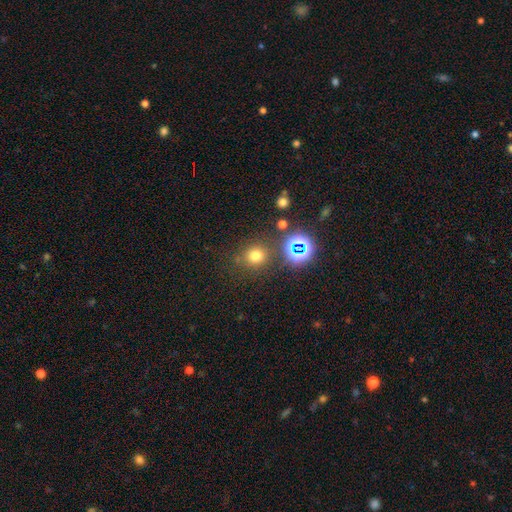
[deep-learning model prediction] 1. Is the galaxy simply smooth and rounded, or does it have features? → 69% smooth, 24% star or artifact, 7% featured or disk.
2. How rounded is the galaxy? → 86% round, 13% in between, 1% cigar-shaped.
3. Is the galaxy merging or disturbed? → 80% none, 10% minor disturbance, 6% merger, 4% major disturbance.